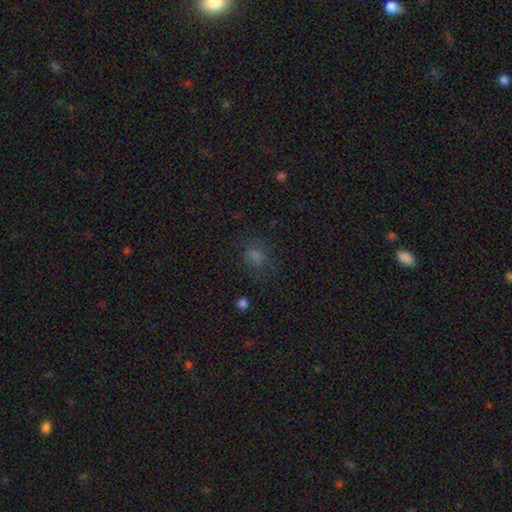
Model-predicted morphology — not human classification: A smooth galaxy with no disk features (66%) that is round (57%).

Vote fractions:
- Smooth or featured? smooth: 66% / star or artifact: 25% / featured or disk: 9%
- How rounded? round: 57% / in between: 41% / cigar-shaped: 1%
- Merging? none: 76% / minor disturbance: 15% / major disturbance: 7% / merger: 2%